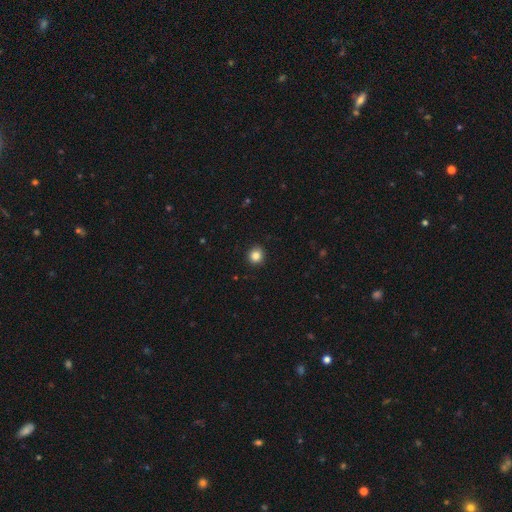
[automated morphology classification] Q: Smooth or featured?
A: smooth (85%); runner-up: star or artifact (11%)
Q: How rounded?
A: round (92%); runner-up: in between (7%)
Q: Merging?
A: none (92%); runner-up: minor disturbance (5%)